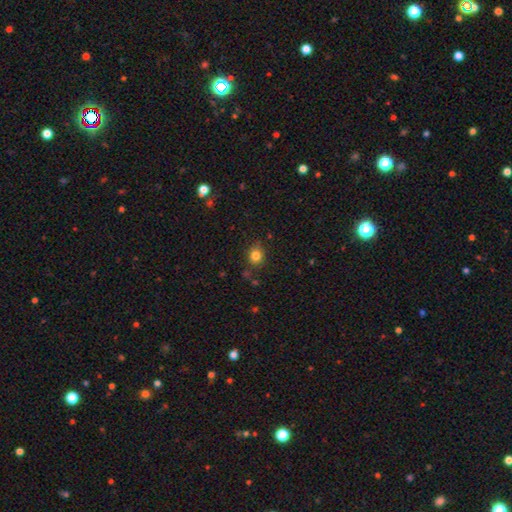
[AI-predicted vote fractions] Smooth or featured? smooth (82%)
How rounded? round (67%)
Merging? none (79%)